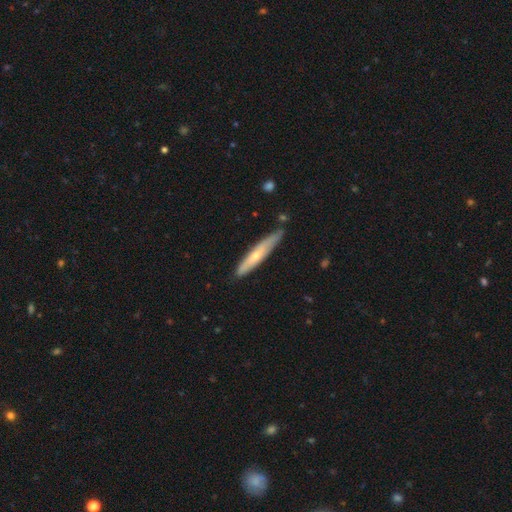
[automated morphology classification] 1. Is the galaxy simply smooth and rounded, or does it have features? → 50% smooth, 44% featured or disk, 6% star or artifact.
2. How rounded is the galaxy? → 92% cigar-shaped, 7% in between, 1% round.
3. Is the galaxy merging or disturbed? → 76% none, 18% minor disturbance, 3% merger, 3% major disturbance.